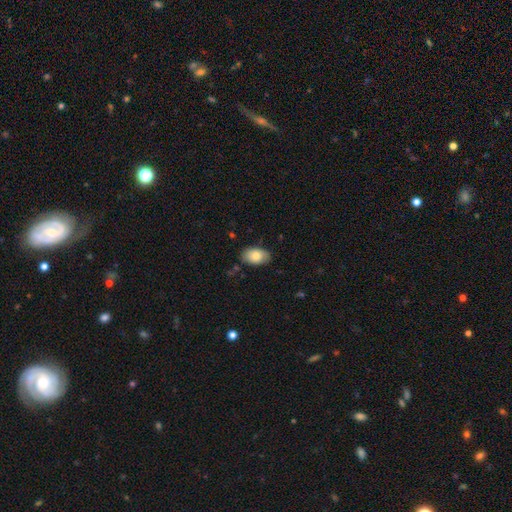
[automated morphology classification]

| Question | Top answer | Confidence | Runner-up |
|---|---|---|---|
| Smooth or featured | smooth | 82% | featured or disk (11%) |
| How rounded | in between | 91% | round (8%) |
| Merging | none | 81% | minor disturbance (15%) |